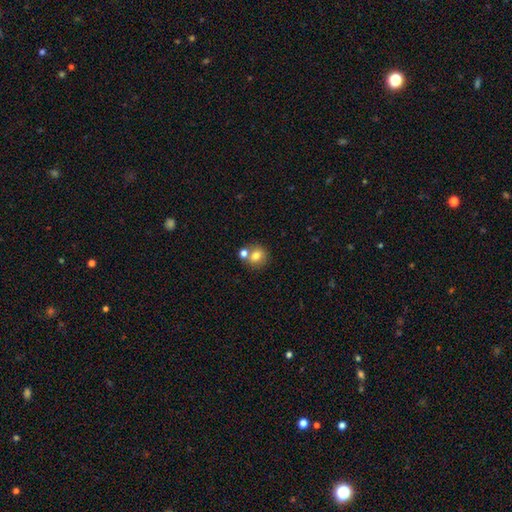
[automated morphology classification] Q: Smooth or featured?
A: smooth (77%); runner-up: featured or disk (12%)
Q: How rounded?
A: round (80%); runner-up: in between (20%)
Q: Merging?
A: none (59%); runner-up: merger (29%)